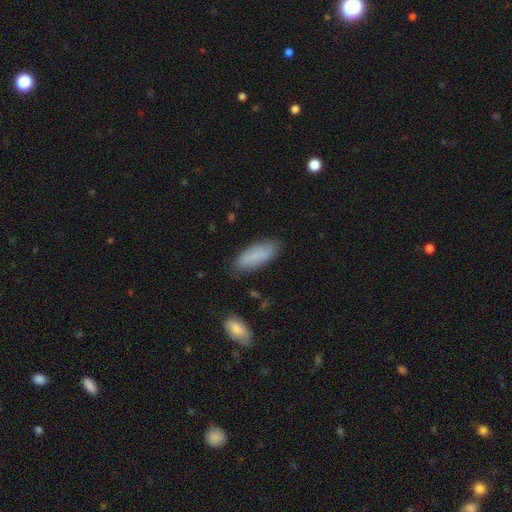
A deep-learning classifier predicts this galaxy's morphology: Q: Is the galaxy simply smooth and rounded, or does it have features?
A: smooth — 79%.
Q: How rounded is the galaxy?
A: in between — 72%.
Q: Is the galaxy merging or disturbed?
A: none — 80%.